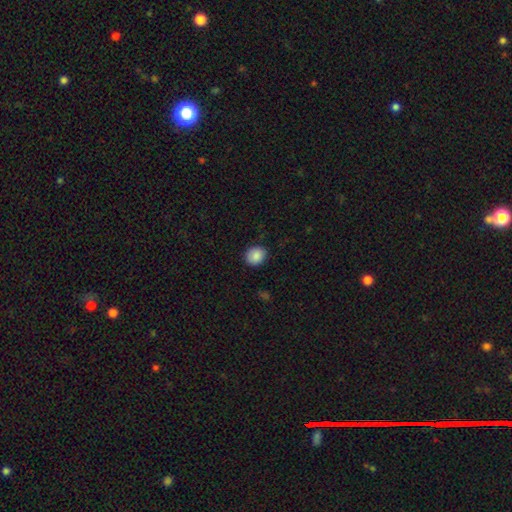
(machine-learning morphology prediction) type=smooth (88%); roundness=round (73%); merging=none (87%).